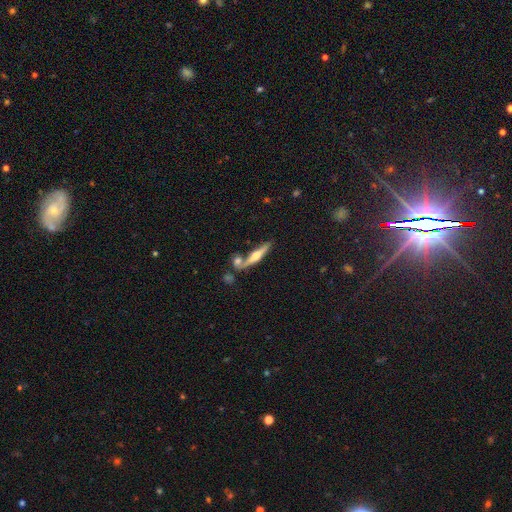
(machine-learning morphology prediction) This appears to be a featured or disk galaxy (60%) viewed edge-on (95%) with a rounded central bulge (86%). Merging: none (60%).